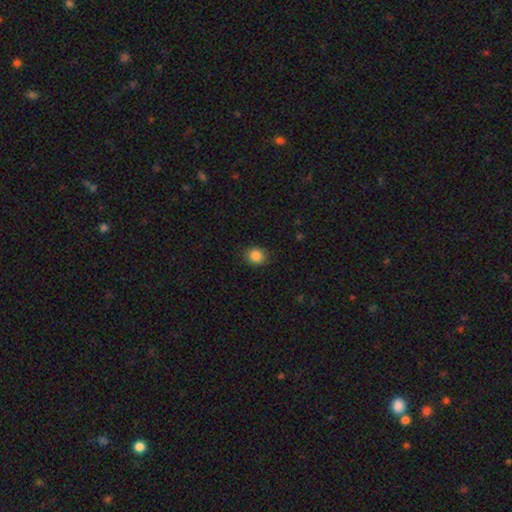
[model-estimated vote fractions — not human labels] Smooth or featured: smooth — 86% (star or artifact — 10%)
How rounded: round — 69% (in between — 30%)
Merging: none — 84% (minor disturbance — 13%)